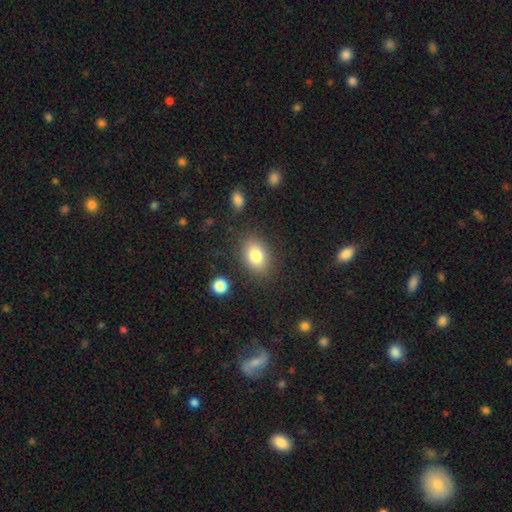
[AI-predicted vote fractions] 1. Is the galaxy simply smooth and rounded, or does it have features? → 81% smooth, 10% featured or disk, 9% star or artifact.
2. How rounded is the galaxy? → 75% in between, 24% round, 1% cigar-shaped.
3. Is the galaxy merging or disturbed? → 82% none, 11% minor disturbance, 4% major disturbance, 3% merger.